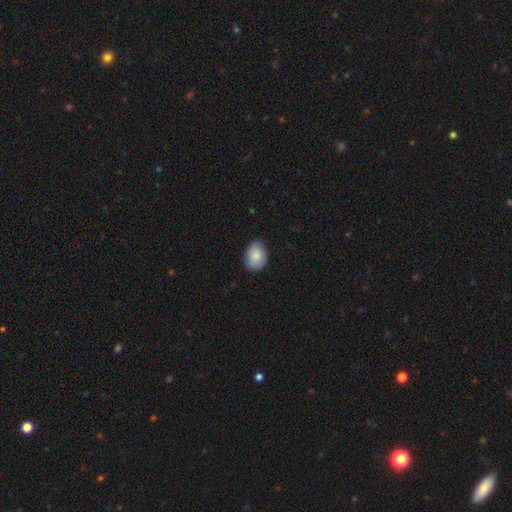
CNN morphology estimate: Smooth or featured: smooth — 83% (featured or disk — 10%)
How rounded: in between — 70% (round — 30%)
Merging: none — 78% (minor disturbance — 18%)